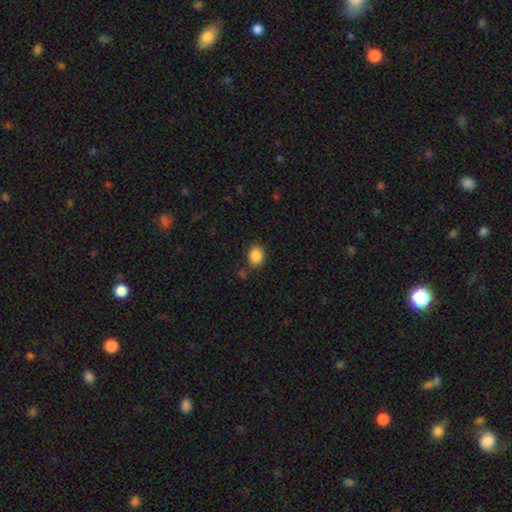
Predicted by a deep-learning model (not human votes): smooth_or_featured: smooth (p=0.87) [alt: star or artifact p=0.09]
how_rounded: in between (p=0.59) [alt: round p=0.40]
merging: none (p=0.81) [alt: minor disturbance p=0.12]